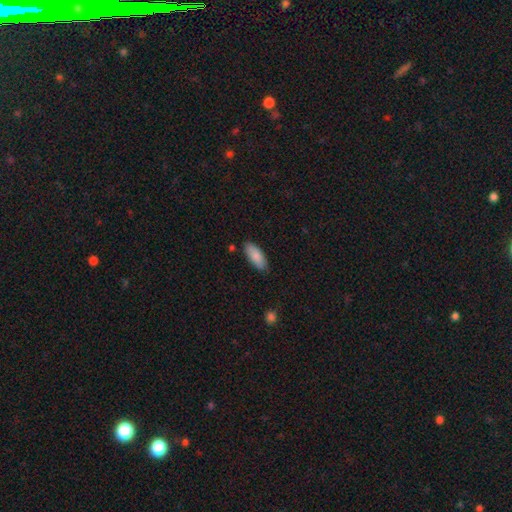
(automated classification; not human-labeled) Morphology: type=smooth (86%); roundness=in between (80%); merging=none (83%).